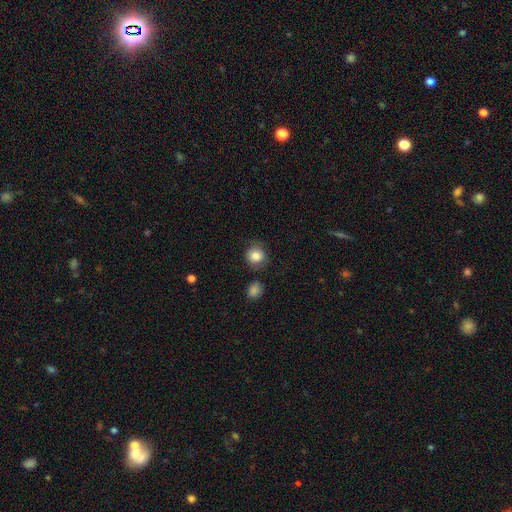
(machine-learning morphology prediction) smooth_or_featured: smooth (p=0.84) [alt: star or artifact p=0.09]
how_rounded: round (p=0.87) [alt: in between p=0.12]
merging: none (p=0.77) [alt: minor disturbance p=0.14]